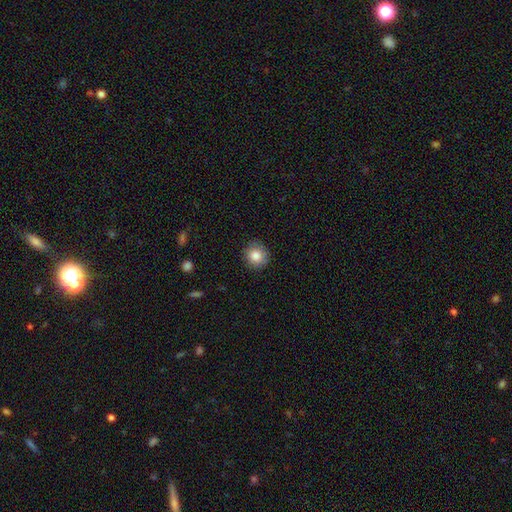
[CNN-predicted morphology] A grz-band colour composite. It shows a smooth galaxy with no disk features (84%) that is round (88%). Merging: none (85%).